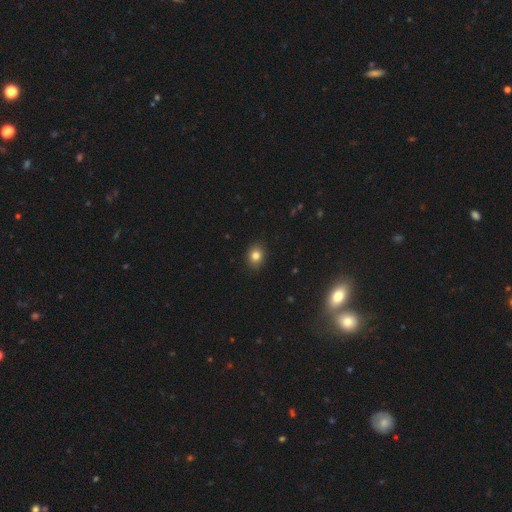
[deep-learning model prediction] smooth_or_featured: smooth (p=0.81) [alt: star or artifact p=0.12]
how_rounded: round (p=0.54) [alt: in between p=0.45]
merging: none (p=0.89) [alt: minor disturbance p=0.08]